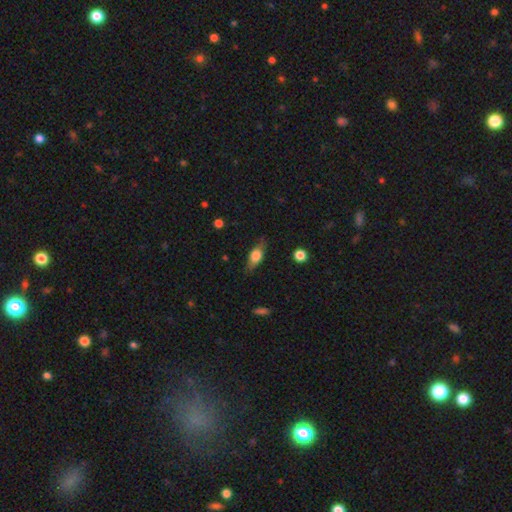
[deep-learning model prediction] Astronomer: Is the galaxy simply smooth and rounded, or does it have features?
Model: smooth — 58% (runner-up: featured or disk, 35%).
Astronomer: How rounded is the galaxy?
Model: in between — 70%.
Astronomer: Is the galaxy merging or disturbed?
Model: none — 75%.